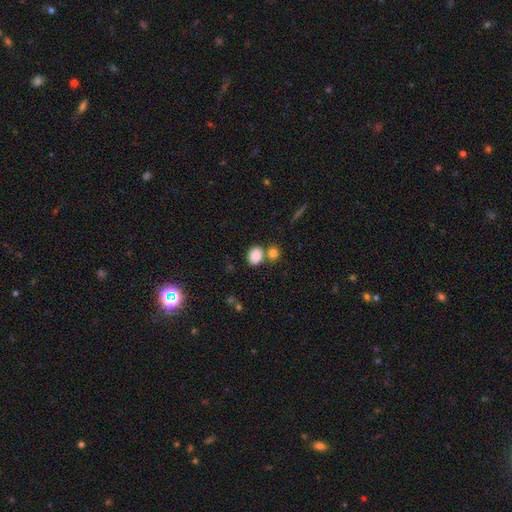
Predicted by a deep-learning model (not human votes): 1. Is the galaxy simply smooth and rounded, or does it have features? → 85% smooth, 9% star or artifact, 6% featured or disk.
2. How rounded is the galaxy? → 50% round, 49% in between, 1% cigar-shaped.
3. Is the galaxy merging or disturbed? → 59% none, 28% merger, 9% minor disturbance, 4% major disturbance.